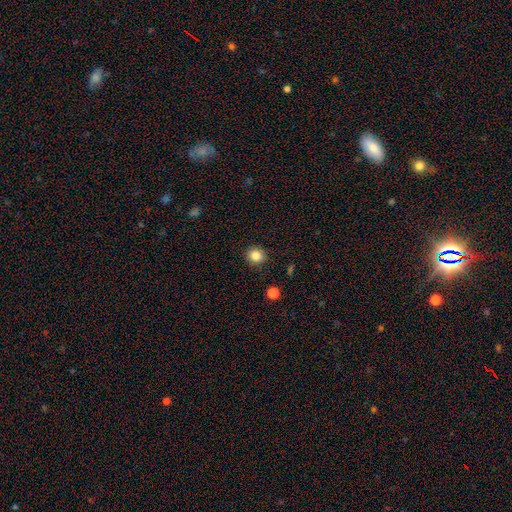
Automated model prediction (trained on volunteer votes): A smooth galaxy with no disk features (84%) that is round (85%). Merging: none (91%).